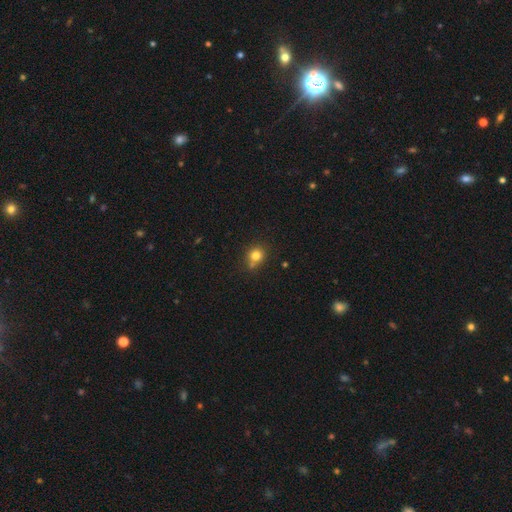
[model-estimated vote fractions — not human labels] Q: Smooth or featured?
A: smooth (79%); runner-up: star or artifact (12%)
Q: How rounded?
A: round (80%); runner-up: in between (19%)
Q: Merging?
A: none (66%); runner-up: minor disturbance (15%)